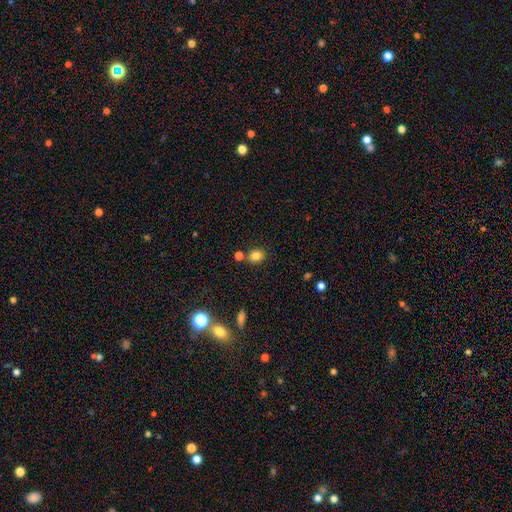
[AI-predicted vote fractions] smooth_or_featured: smooth (p=0.82) [alt: star or artifact p=0.11]
how_rounded: in between (p=0.58) [alt: round p=0.41]
merging: none (p=0.76) [alt: merger p=0.11]